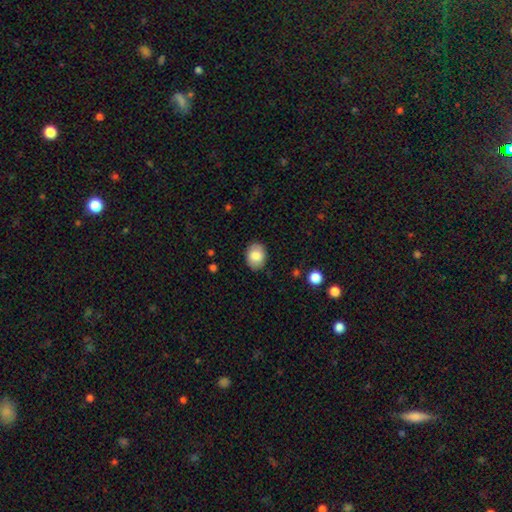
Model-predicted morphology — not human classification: Smooth or featured?
  - smooth: 82% *
  - featured or disk: 11%
  - star or artifact: 8%
How rounded?
  - in between: 61% *
  - round: 38%
  - cigar-shaped: 1%
Merging?
  - none: 87% *
  - minor disturbance: 10%
  - major disturbance: 2%
  - merger: 1%